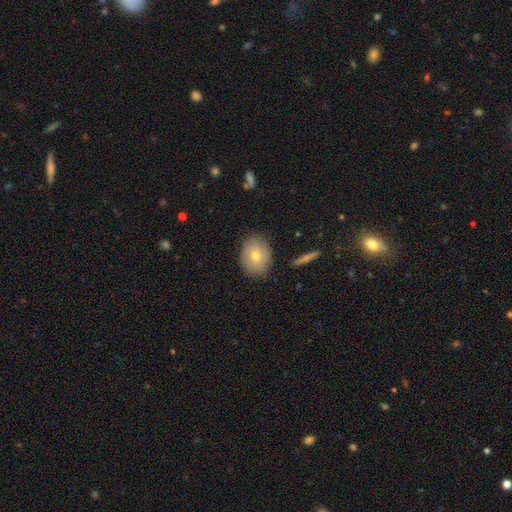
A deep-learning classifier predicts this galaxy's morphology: Smooth or featured? smooth (68%)
How rounded? in between (53%)
Merging? none (86%)